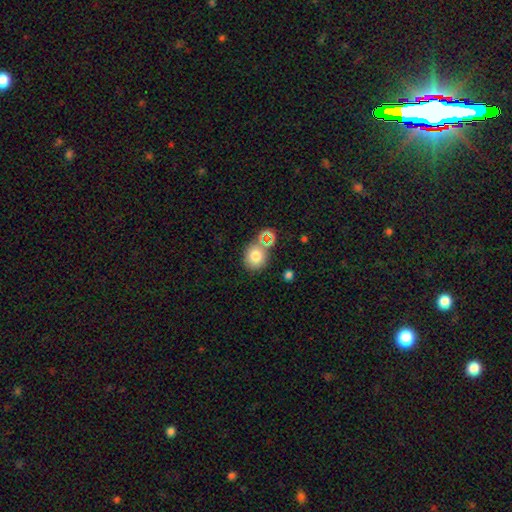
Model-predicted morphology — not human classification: Smooth or featured? Predicted: smooth (p=0.77). How rounded? Predicted: round (p=0.69). Merging? Predicted: none (p=0.70).